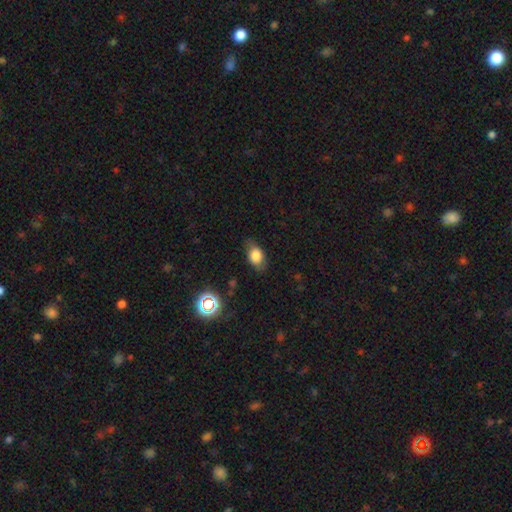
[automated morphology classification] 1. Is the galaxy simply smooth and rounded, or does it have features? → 76% smooth, 14% featured or disk, 10% star or artifact.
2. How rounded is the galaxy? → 84% in between, 13% round, 3% cigar-shaped.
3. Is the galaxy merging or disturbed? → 77% none, 17% minor disturbance, 5% major disturbance, 1% merger.